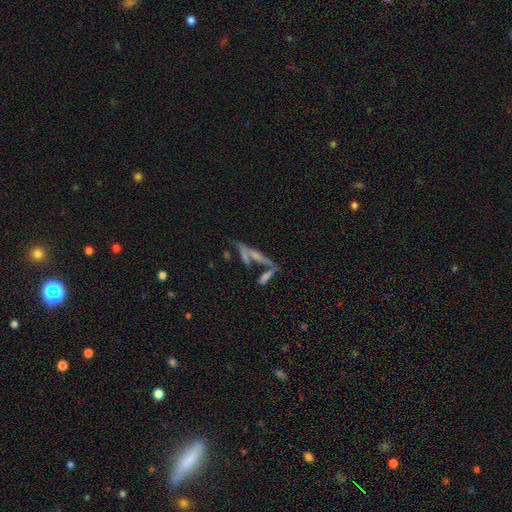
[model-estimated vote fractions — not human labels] Smooth or featured: featured or disk — 51% (smooth — 30%)
Edge-on disk: yes — 62% (no — 38%)
Merging: none — 45% (merger — 33%)